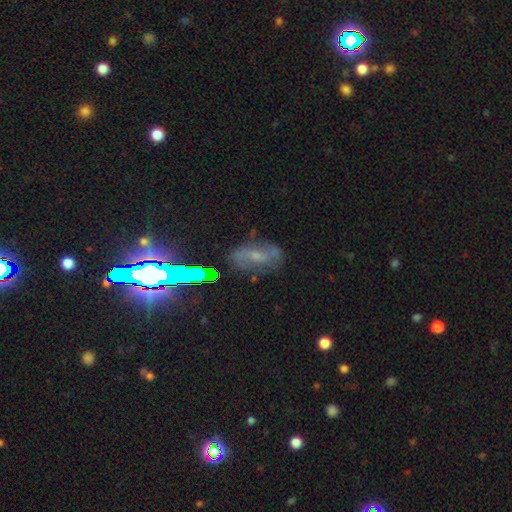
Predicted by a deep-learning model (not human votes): This appears to be a featured or disk galaxy (48%). Merging: none (68%).